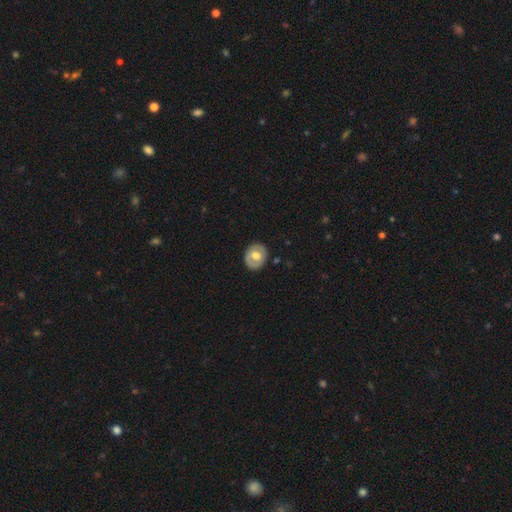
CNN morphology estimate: Overall: smooth (54%; featured or disk 41%). How rounded: round (69%; in between 30%). Merging: none (85%).